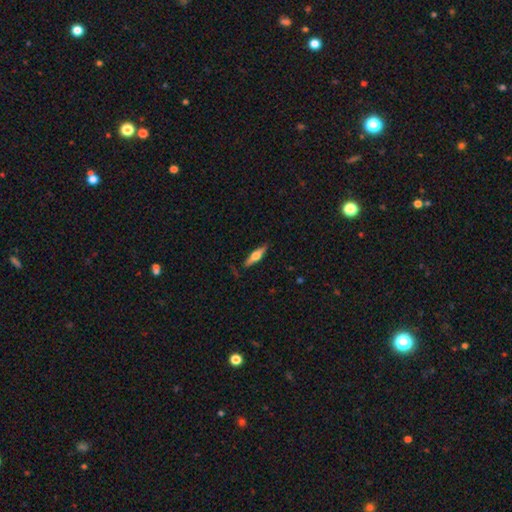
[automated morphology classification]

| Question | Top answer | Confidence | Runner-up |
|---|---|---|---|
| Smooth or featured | featured or disk | 54% | smooth (40%) |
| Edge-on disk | yes | 95% | no (5%) |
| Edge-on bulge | rounded | 91% | boxy (6%) |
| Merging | none | 85% | minor disturbance (11%) |